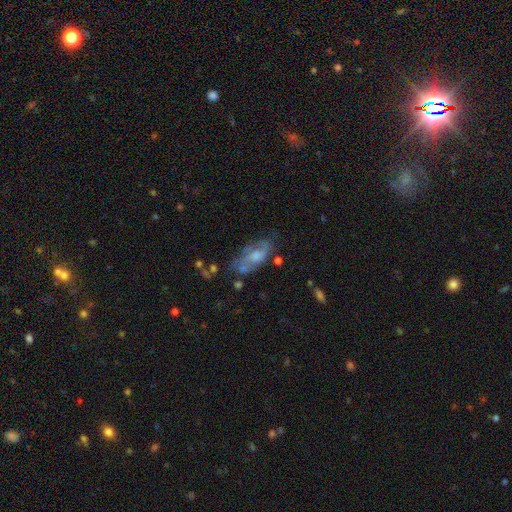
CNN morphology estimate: A featured or disk galaxy (54%).

Vote fractions:
- Smooth or featured? featured or disk: 54% / smooth: 37% / star or artifact: 8%
- Edge-on disk? no: 87% / yes: 13%
- Merging? none: 50% / minor disturbance: 27% / major disturbance: 16% / merger: 7%